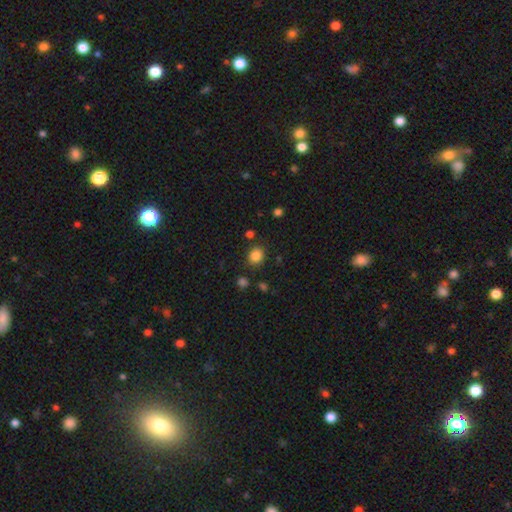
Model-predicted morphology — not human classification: This is clearly a smooth galaxy (84%). How rounded: likely round (72%). Merging: clearly none (83%).